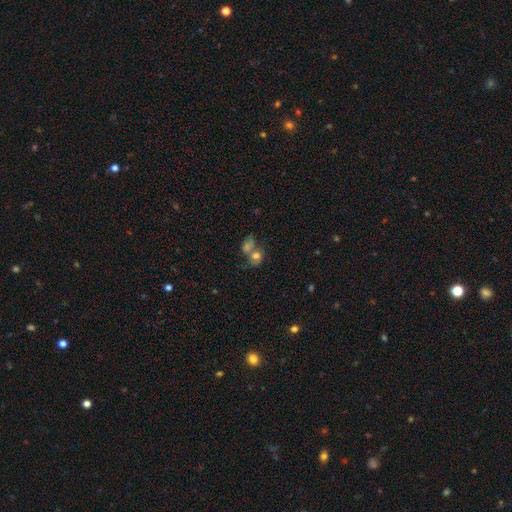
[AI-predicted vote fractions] Q: Smooth or featured?
A: smooth (60%); runner-up: featured or disk (24%)
Q: How rounded?
A: round (50%); runner-up: in between (48%)
Q: Merging?
A: merger (57%); runner-up: none (25%)